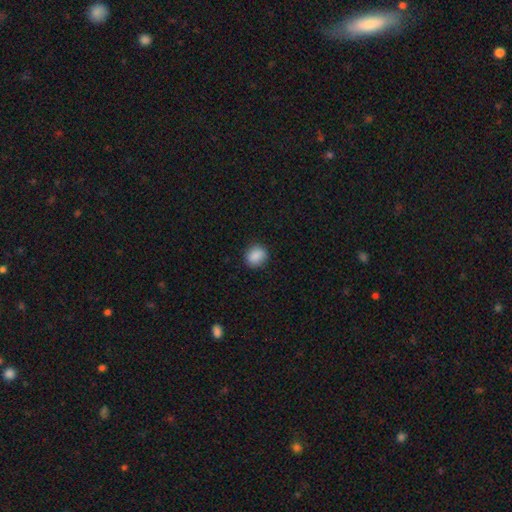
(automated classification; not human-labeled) A smooth galaxy with no disk features (88%) that is round (68%). Merging: none (86%).